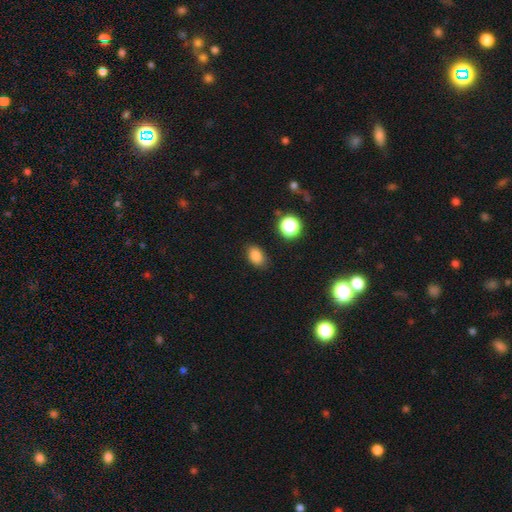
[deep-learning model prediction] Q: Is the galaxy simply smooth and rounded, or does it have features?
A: smooth — 83%.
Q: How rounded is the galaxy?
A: in between — 80%.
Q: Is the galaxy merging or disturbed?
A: none — 83%.